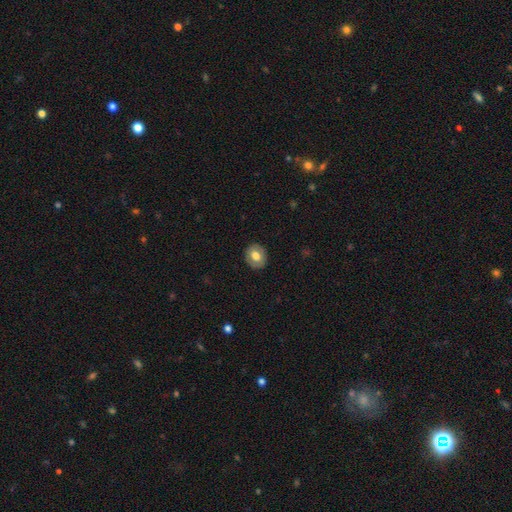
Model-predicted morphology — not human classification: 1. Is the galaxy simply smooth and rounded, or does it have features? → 69% smooth, 24% featured or disk, 7% star or artifact.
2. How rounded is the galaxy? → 69% round, 30% in between, 1% cigar-shaped.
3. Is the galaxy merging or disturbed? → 88% none, 9% minor disturbance, 2% major disturbance, 1% merger.